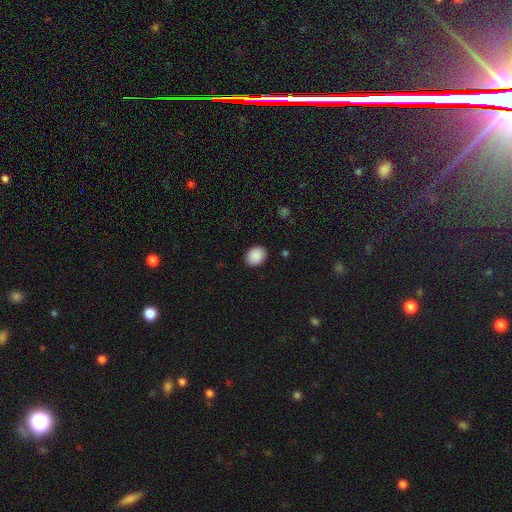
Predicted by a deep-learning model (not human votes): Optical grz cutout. It shows a smooth galaxy with no disk features (89%) that is in between round and cigar-shaped (61%). Merging: none (88%).